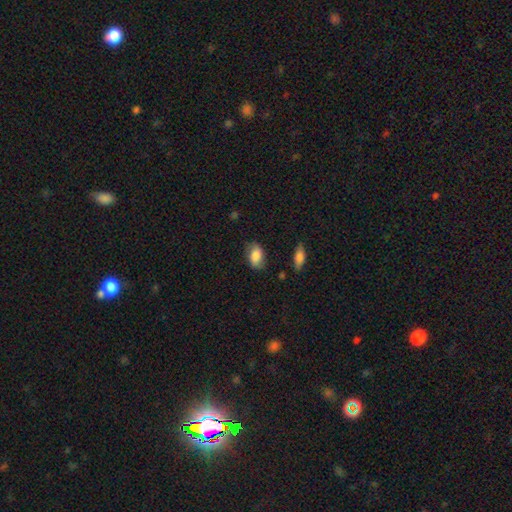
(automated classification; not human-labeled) Smooth or featured? smooth (80%)
How rounded? in between (89%)
Merging? none (73%)